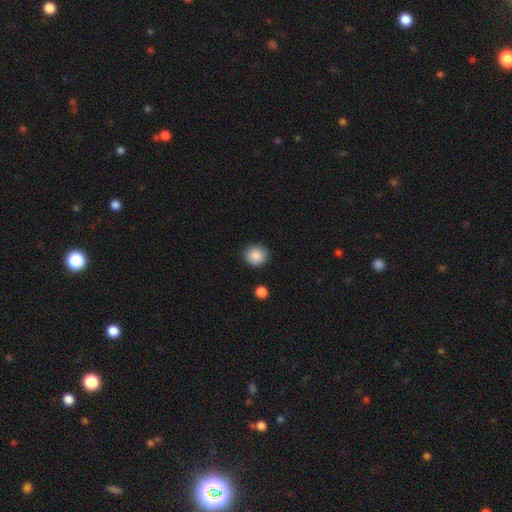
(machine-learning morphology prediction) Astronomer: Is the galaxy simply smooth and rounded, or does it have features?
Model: smooth — 88%.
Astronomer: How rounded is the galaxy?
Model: round — 80%.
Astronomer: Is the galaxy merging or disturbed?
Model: none — 88%.